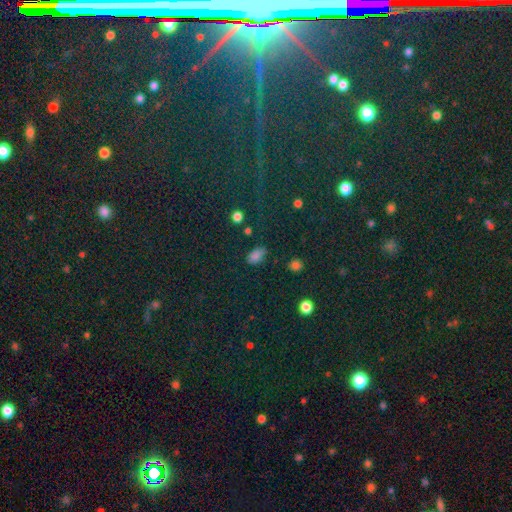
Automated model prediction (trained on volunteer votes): Overall: smooth (80%). How rounded: in between (89%). Merging: none (72%).